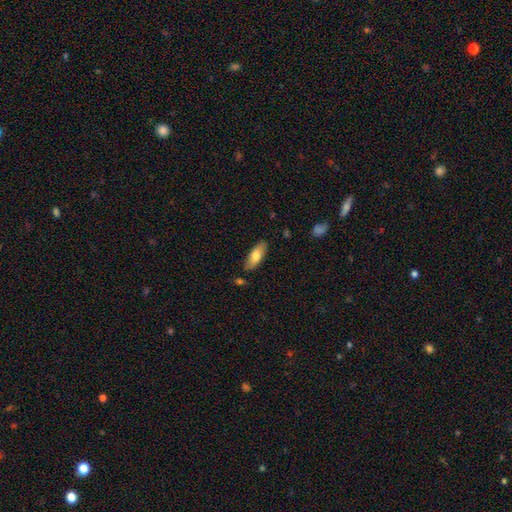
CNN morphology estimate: smooth 74%, featured or disk 20%, star or artifact 6%. Down the decision tree: how rounded — in between (75%); merging — none (82%).